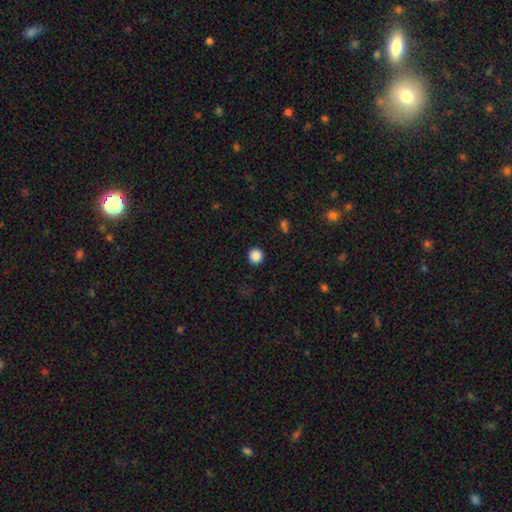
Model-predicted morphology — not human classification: This is clearly a smooth galaxy (87%). How rounded: clearly round (95%). Merging: clearly none (92%).